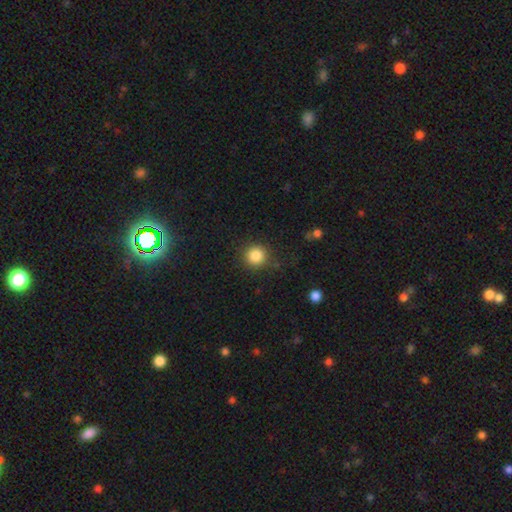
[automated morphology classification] smooth_or_featured: smooth (p=0.85) [alt: star or artifact p=0.11]
how_rounded: round (p=0.94) [alt: in between p=0.05]
merging: none (p=0.87) [alt: minor disturbance p=0.08]